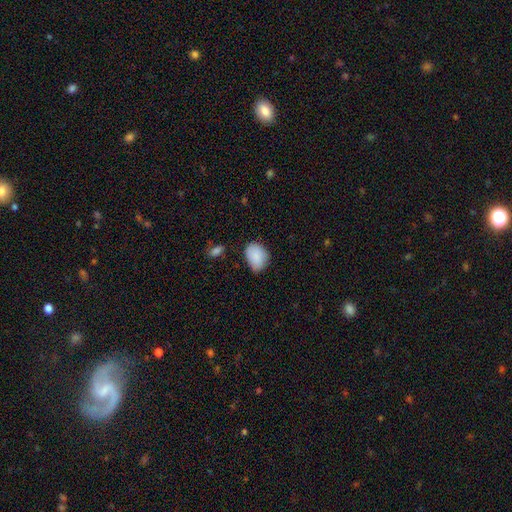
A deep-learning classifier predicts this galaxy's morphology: Smooth or featured? smooth (88%)
How rounded? in between (73%)
Merging? none (62%)